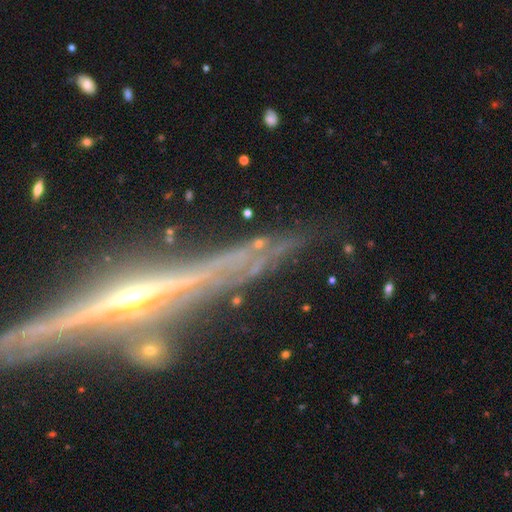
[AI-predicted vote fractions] smooth-or-featured: featured or disk: 63% | star or artifact: 22% | smooth: 14%
  disk-edge-on: yes: 81% | no: 19%
    edge-on-bulge: rounded: 48% | none: 38% | boxy: 14%
  merging: none: 68% | minor disturbance: 15% | major disturbance: 10% | merger: 6%